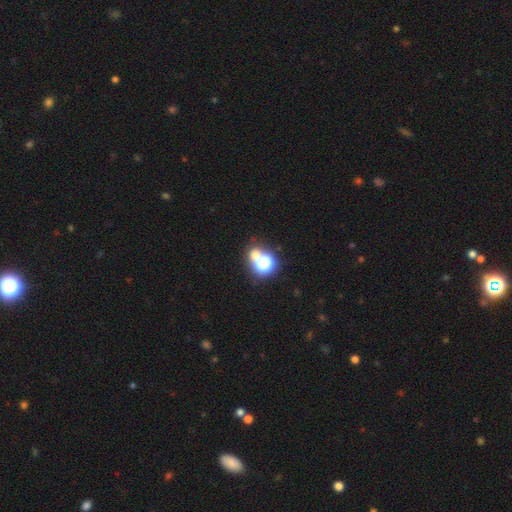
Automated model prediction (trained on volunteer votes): A smooth galaxy with no disk features (46%). Merging: none (60%).